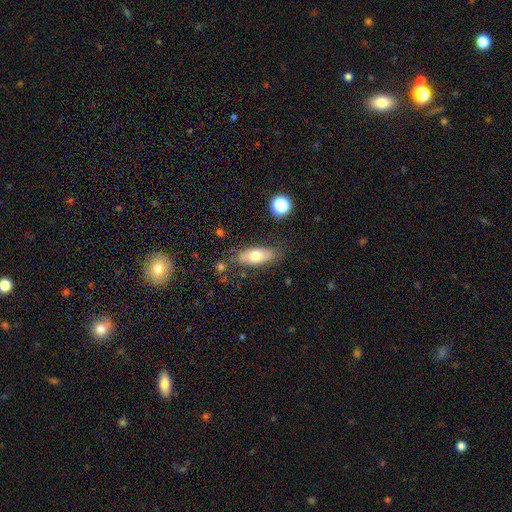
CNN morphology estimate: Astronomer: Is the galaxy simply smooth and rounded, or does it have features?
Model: smooth — 71%.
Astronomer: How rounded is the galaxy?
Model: in between — 78%.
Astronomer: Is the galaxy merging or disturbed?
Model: none — 76%.